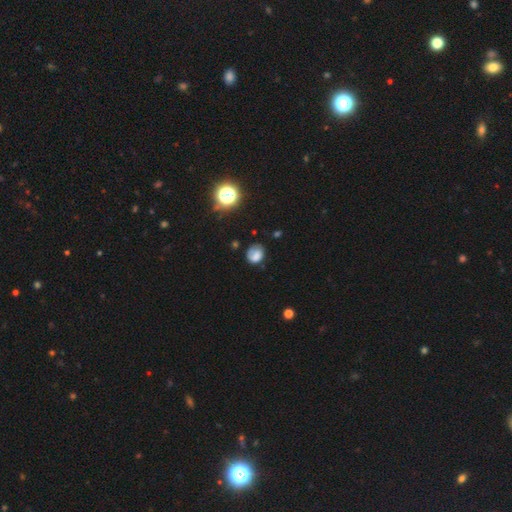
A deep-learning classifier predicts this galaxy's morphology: A smooth galaxy with no disk features (68%) that is round (61%). Merging: none (53%).